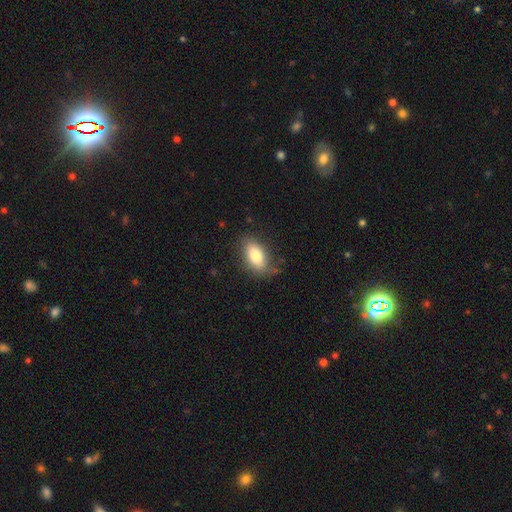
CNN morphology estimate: A smooth galaxy with no disk features (79%) that is in between round and cigar-shaped (89%). Merging: none (72%).